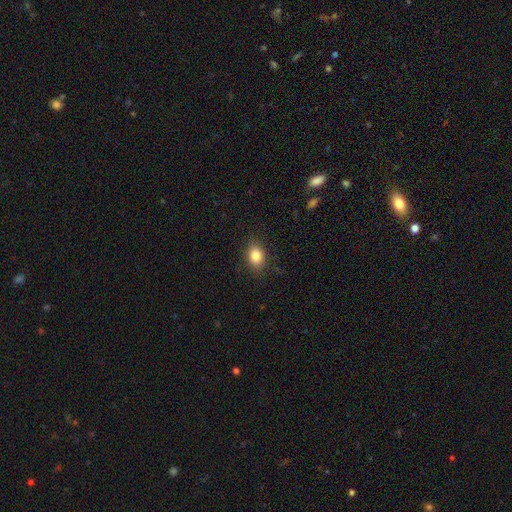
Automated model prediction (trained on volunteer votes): Smooth or featured? smooth (84%)
How rounded? in between (73%)
Merging? none (86%)